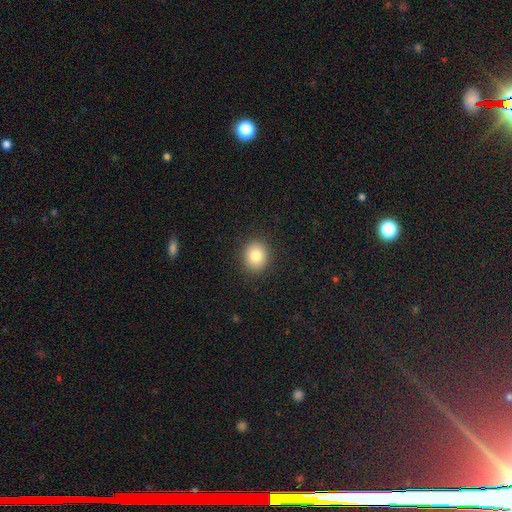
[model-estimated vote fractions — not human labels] smooth 83%, star or artifact 10%, featured or disk 7%. Down the decision tree: how rounded — round (74%); merging — none (90%).